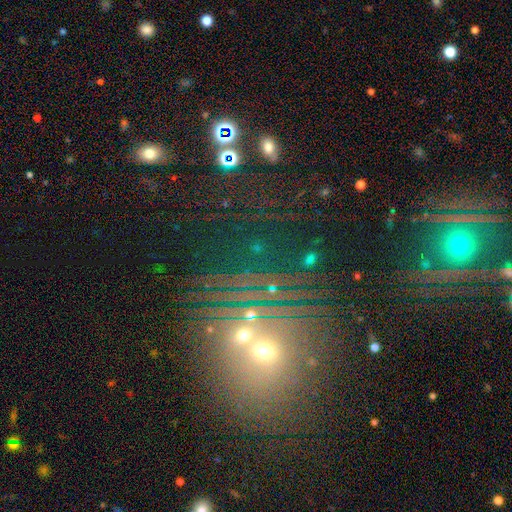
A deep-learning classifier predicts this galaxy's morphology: type=star or artifact (55%).